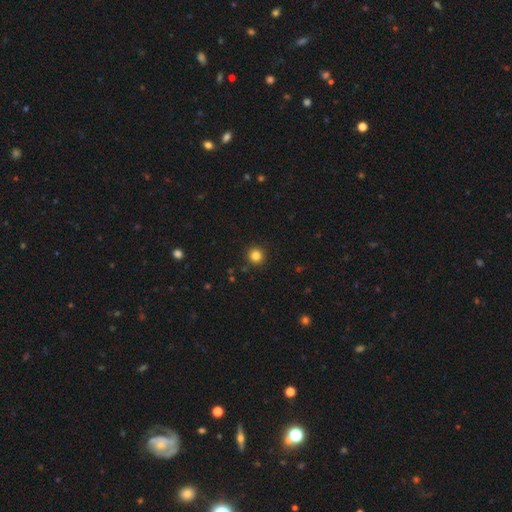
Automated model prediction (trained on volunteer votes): A smooth galaxy with no disk features (83%) that is round (95%). Merging: none (92%).